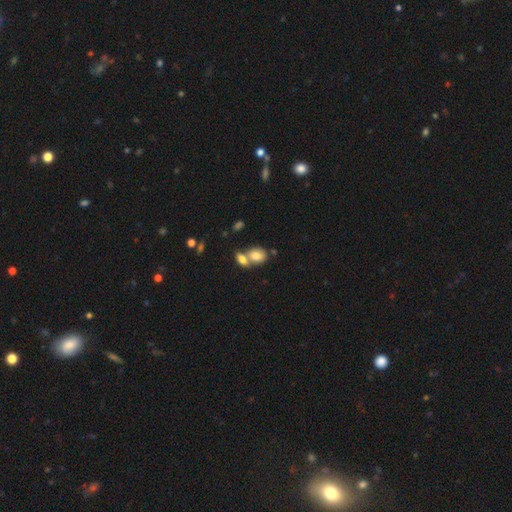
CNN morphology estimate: Smooth or featured? Predicted: smooth (p=0.80). How rounded? Predicted: in between (p=0.63). Merging? Predicted: merger (p=0.53).